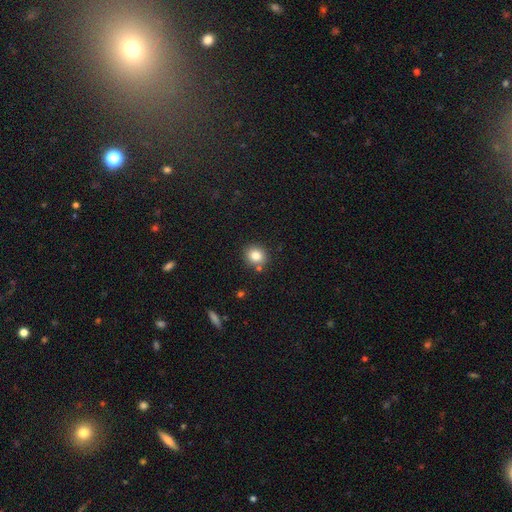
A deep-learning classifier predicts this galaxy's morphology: Smooth or featured?
  - smooth: 83% *
  - star or artifact: 11%
  - featured or disk: 7%
How rounded?
  - round: 80% *
  - in between: 19%
  - cigar-shaped: 1%
Merging?
  - none: 81% *
  - minor disturbance: 9%
  - merger: 7%
  - major disturbance: 2%